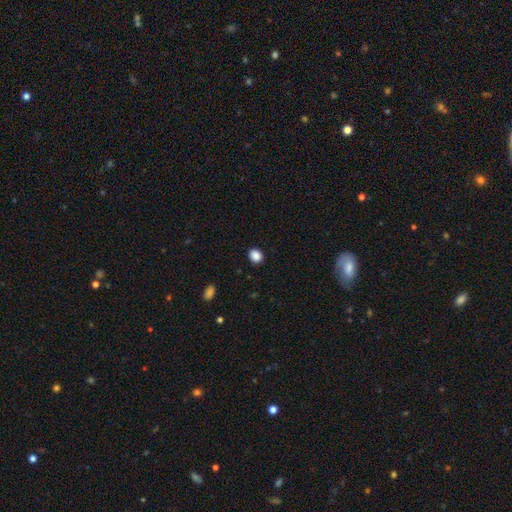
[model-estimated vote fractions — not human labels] Morphology: type=smooth (88%); roundness=round (67%); merging=none (90%).